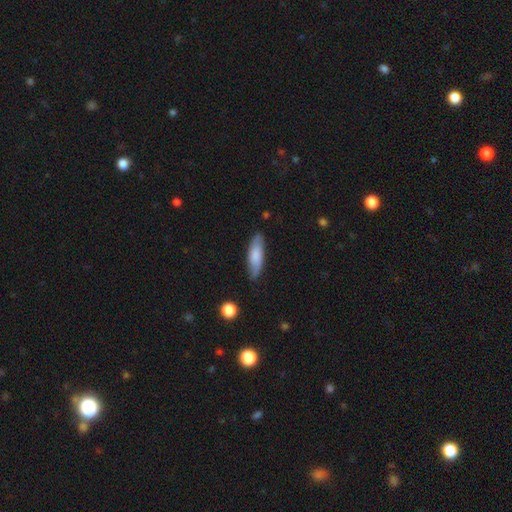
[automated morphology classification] Q: Smooth or featured?
A: smooth (75%); runner-up: featured or disk (19%)
Q: How rounded?
A: cigar-shaped (52%); runner-up: in between (47%)
Q: Merging?
A: none (81%); runner-up: minor disturbance (15%)